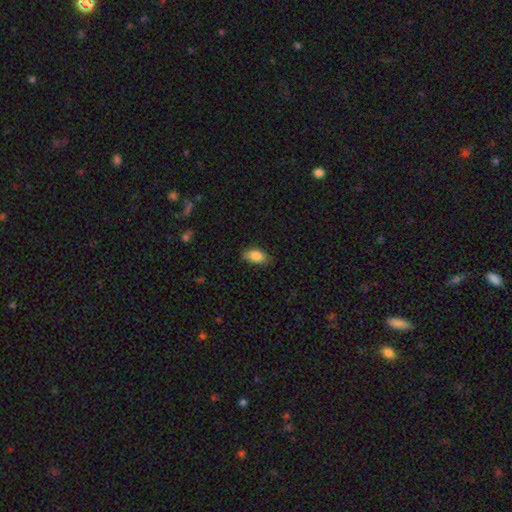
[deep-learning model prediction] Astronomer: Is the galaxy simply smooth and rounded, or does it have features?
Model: smooth — 86%.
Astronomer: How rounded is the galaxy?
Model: in between — 91%.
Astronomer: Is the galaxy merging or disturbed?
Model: none — 74%.